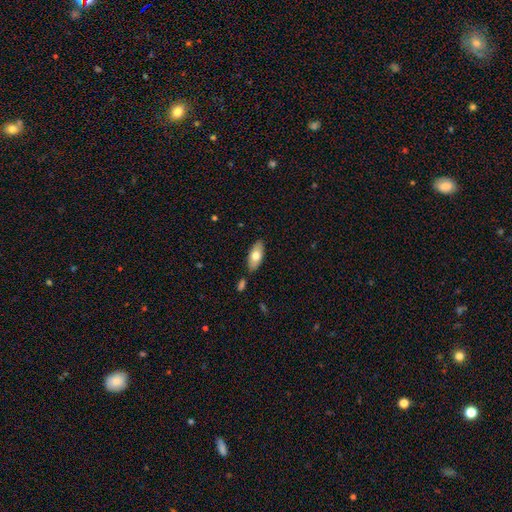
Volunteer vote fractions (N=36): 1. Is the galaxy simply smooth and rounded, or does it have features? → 75% smooth, 22% featured or disk, 3% star or artifact.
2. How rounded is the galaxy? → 78% in between, 22% cigar-shaped, 0% round.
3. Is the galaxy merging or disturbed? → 66% none, 29% minor disturbance, 3% major disturbance, 3% merger.